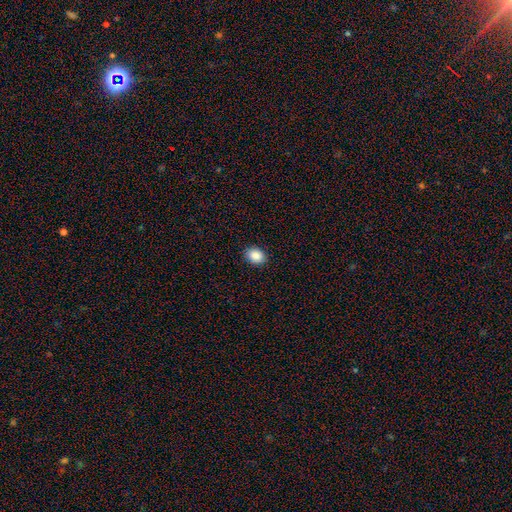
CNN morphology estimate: smooth 88%, star or artifact 8%, featured or disk 3%. Down the decision tree: how rounded — in between (61%); merging — none (90%).